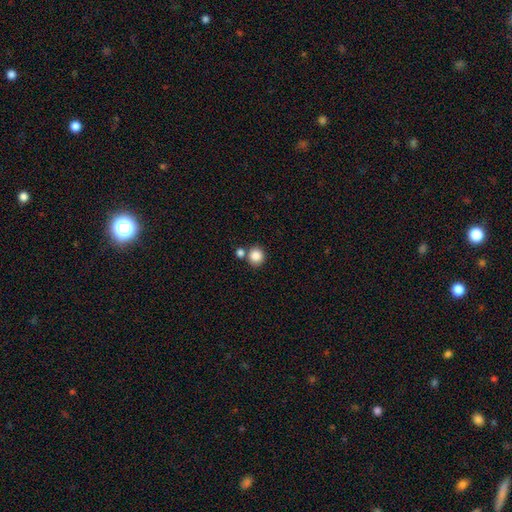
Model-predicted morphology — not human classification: smooth 86%, star or artifact 10%, featured or disk 4%. Down the decision tree: how rounded — round (89%); merging — none (70%).